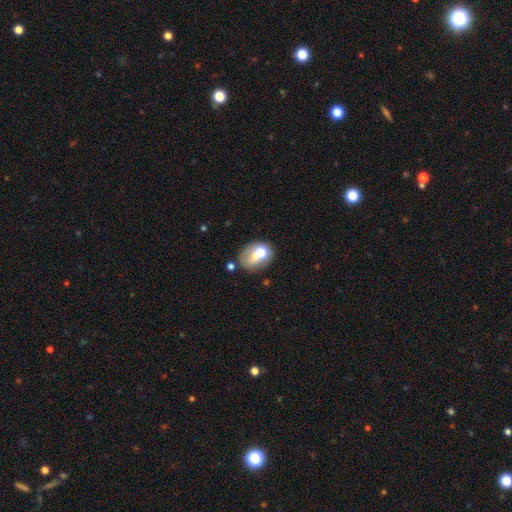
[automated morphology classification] smooth 61%, featured or disk 28%, star or artifact 11%. Down the decision tree: how rounded — in between (58%); merging — none (35%).